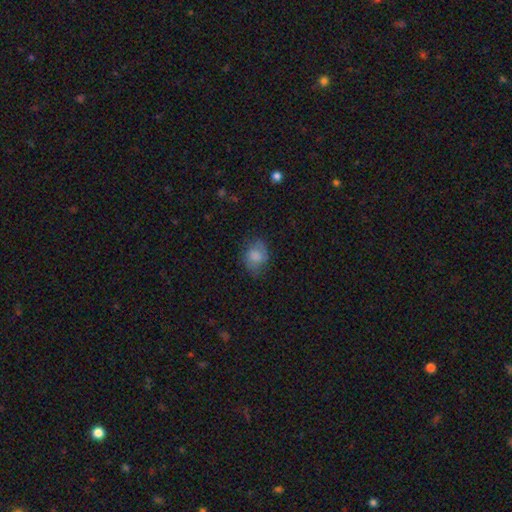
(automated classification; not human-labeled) Overall: smooth (68%). How rounded: in between (52%; round 46%). Merging: none (63%; minor disturbance 25%).